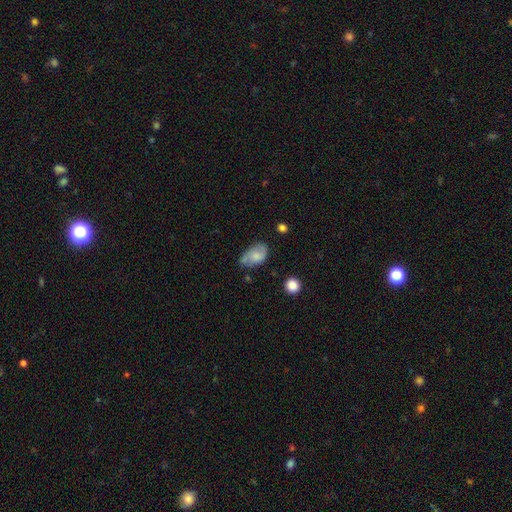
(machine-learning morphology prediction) Q: Smooth or featured?
A: smooth (54%); runner-up: featured or disk (38%)
Q: How rounded?
A: in between (88%); runner-up: round (10%)
Q: Merging?
A: none (54%); runner-up: minor disturbance (32%)